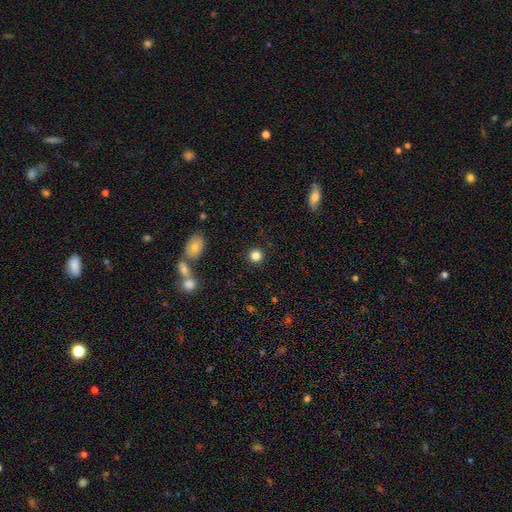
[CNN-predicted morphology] type=smooth (83%); roundness=round (93%); merging=none (90%).